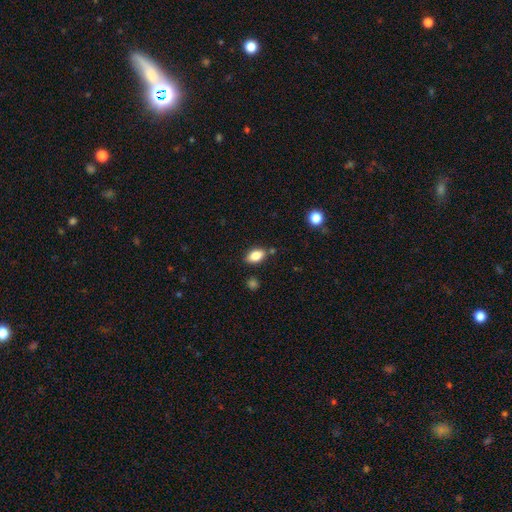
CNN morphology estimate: Smooth or featured: smooth — 83% (star or artifact — 9%)
How rounded: in between — 87% (round — 9%)
Merging: none — 80% (minor disturbance — 12%)